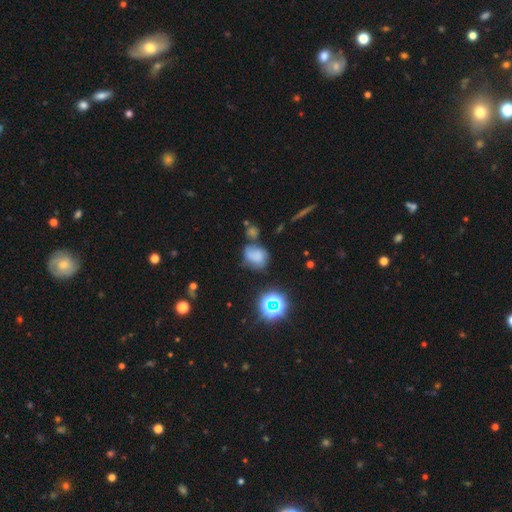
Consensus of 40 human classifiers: Smooth or featured: smooth — 60% (featured or disk — 28%)
How rounded: round — 50% (tied with in between — 50%)
Merging: none — 37% (tied with minor disturbance — 37%)